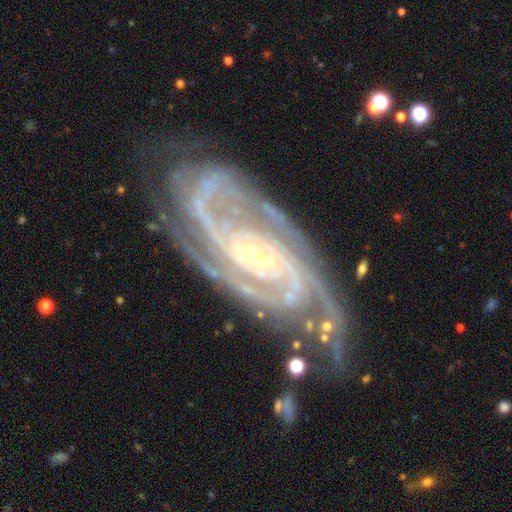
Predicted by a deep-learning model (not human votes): Smooth or featured: featured or disk — 93% (star or artifact — 5%)
Edge-on disk: no — 96% (yes — 4%)
Bar: no — 50% (weak — 31%)
Spiral arms: yes — 99% (no — 1%)
Spiral winding: tight — 58% (medium — 36%)
Spiral arm count: 2 — 36% (3 — 25%)
Bulge size: small — 80% (moderate — 16%)
Merging: none — 69% (minor disturbance — 20%)